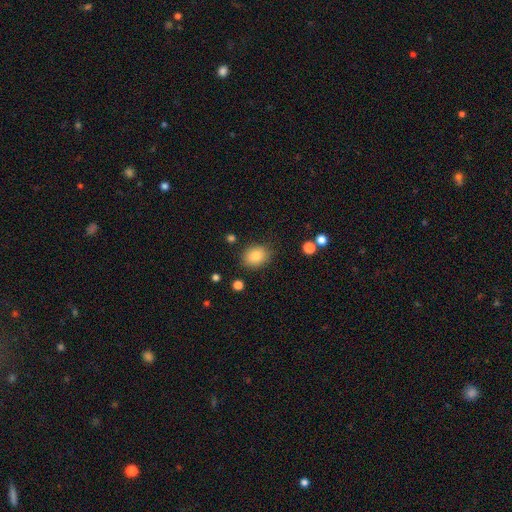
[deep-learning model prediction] A smooth galaxy with no disk features (82%) that is in between round and cigar-shaped (52%). Merging: none (83%).